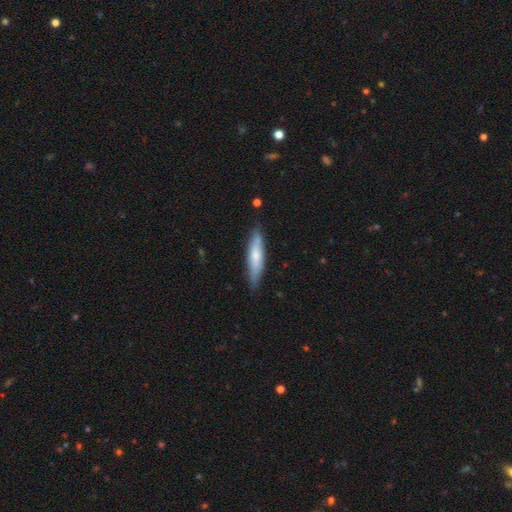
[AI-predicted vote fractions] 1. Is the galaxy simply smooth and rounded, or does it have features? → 62% smooth, 32% featured or disk, 6% star or artifact.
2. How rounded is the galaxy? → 77% cigar-shaped, 21% in between, 2% round.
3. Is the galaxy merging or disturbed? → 81% none, 15% minor disturbance, 2% major disturbance, 2% merger.